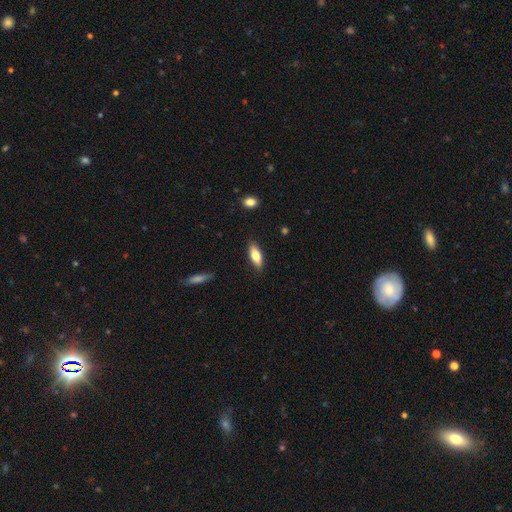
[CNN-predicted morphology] smooth-or-featured: smooth: 70% | featured or disk: 24% | star or artifact: 6%
  how-rounded: in between: 63% | cigar-shaped: 35% | round: 2%
  merging: none: 87% | minor disturbance: 10% | major disturbance: 2% | merger: 1%